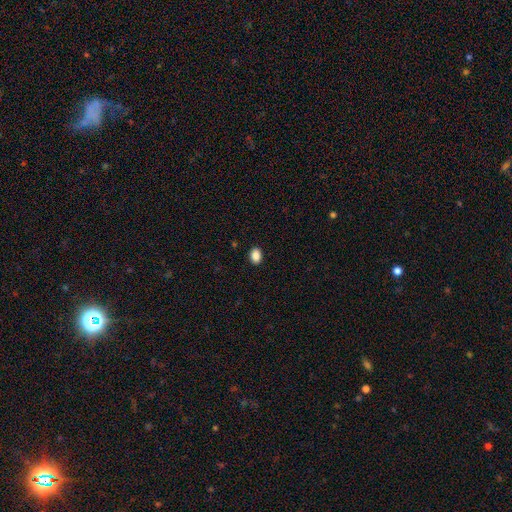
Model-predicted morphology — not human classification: type=smooth (88%); roundness=in between (76%); merging=none (90%).